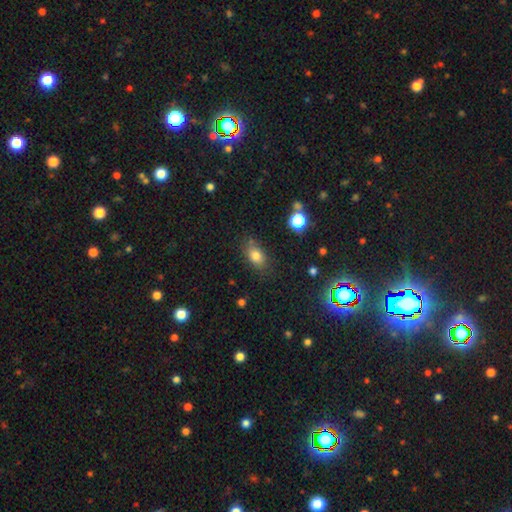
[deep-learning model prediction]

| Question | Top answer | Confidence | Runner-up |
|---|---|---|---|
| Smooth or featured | smooth | 79% | star or artifact (11%) |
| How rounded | in between | 82% | round (15%) |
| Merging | none | 73% | minor disturbance (18%) |